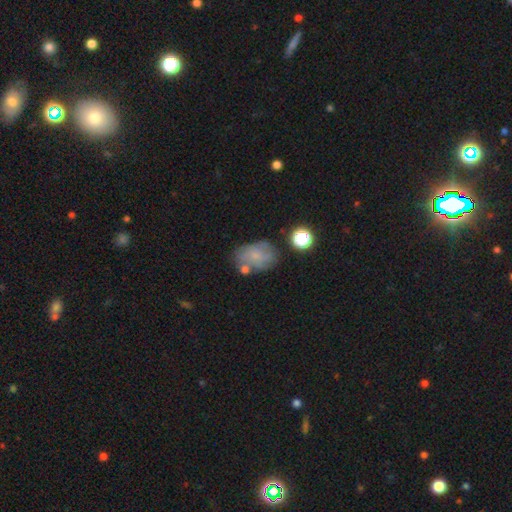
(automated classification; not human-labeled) Smooth or featured?
  - smooth: 61% *
  - featured or disk: 28%
  - star or artifact: 12%
How rounded?
  - in between: 73% *
  - round: 26%
  - cigar-shaped: 1%
Merging?
  - none: 55% *
  - minor disturbance: 24%
  - merger: 11%
  - major disturbance: 10%